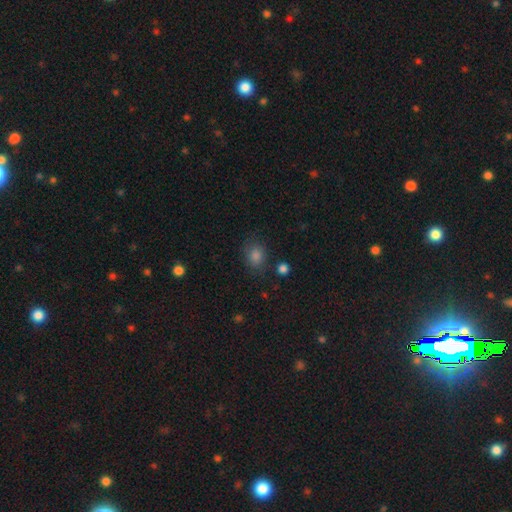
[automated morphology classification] smooth-or-featured: smooth: 82% | star or artifact: 13% | featured or disk: 5%
  how-rounded: round: 53% | in between: 46% | cigar-shaped: 1%
  merging: none: 79% | minor disturbance: 14% | major disturbance: 4% | merger: 3%